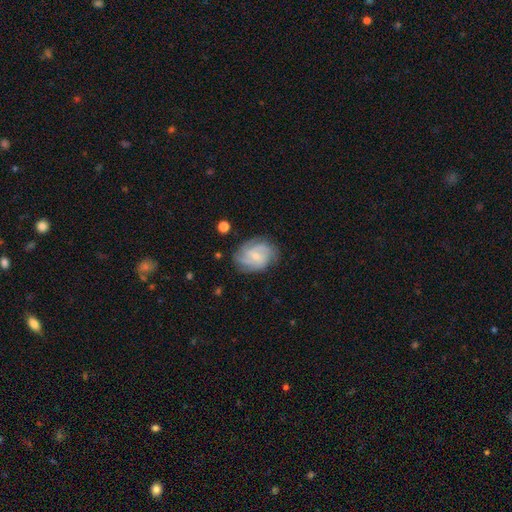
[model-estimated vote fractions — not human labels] featured or disk 77%, smooth 17%, star or artifact 7%. Down the decision tree: edge-on disk — no (97%); bar — no (56%); spiral arms — yes (94%); spiral arm count — can't tell (27%); spiral winding — tight (48%); bulge size — small (70%); merging — none (75%).